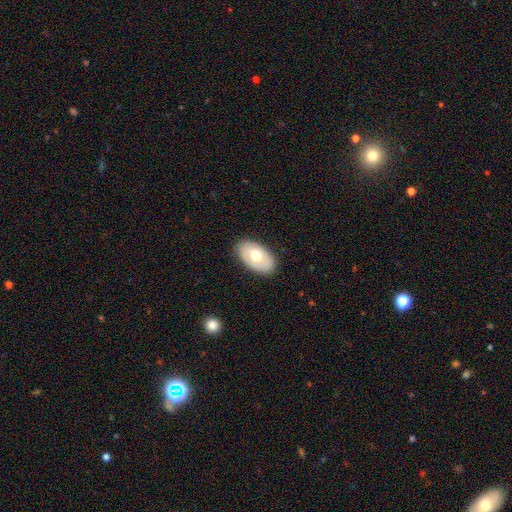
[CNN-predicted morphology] smooth 55%, featured or disk 39%, star or artifact 6%. Down the decision tree: how rounded — in between (91%); merging — none (85%).